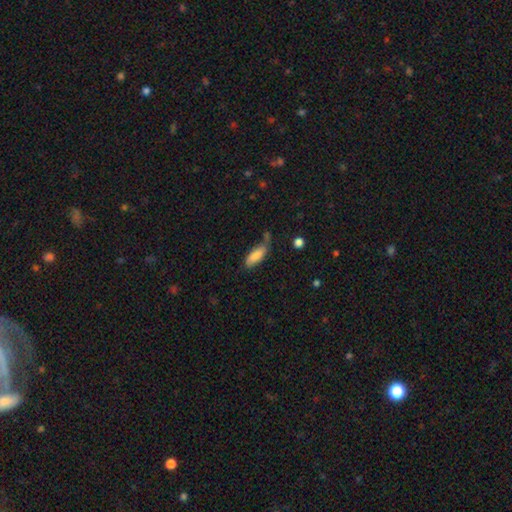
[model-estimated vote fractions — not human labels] A smooth galaxy with no disk features (82%) that is in between round and cigar-shaped (72%). Merging: none (54%).